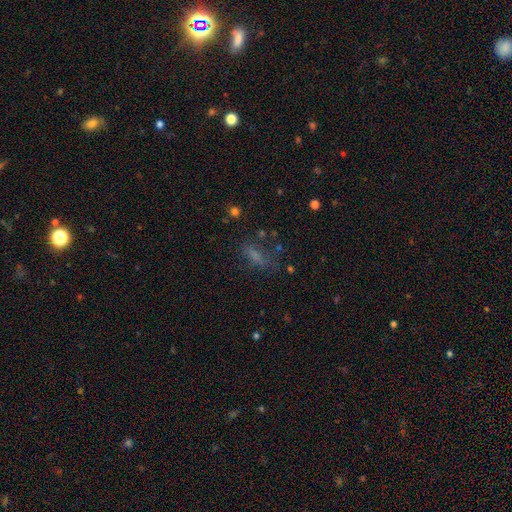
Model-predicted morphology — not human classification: Smooth or featured? Predicted: smooth (p=0.64). How rounded? Predicted: cigar-shaped (p=0.52). Merging? Predicted: none (p=0.62).